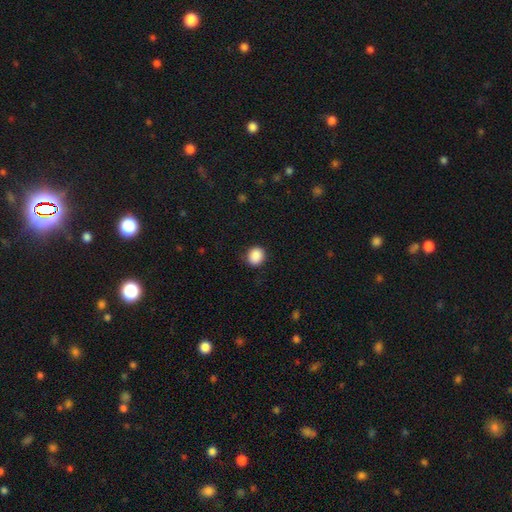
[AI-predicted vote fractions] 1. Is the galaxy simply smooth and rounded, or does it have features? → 89% smooth, 8% star or artifact, 2% featured or disk.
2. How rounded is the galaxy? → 76% round, 23% in between, 1% cigar-shaped.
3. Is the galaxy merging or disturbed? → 88% none, 8% minor disturbance, 3% major disturbance, 1% merger.